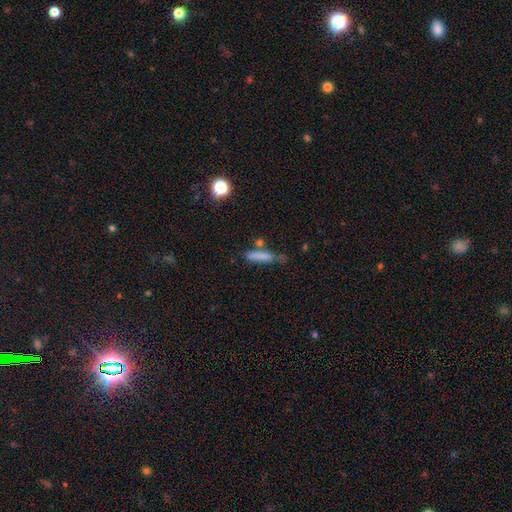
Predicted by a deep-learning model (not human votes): This appears to be a smooth galaxy with no disk features (75%) that is cigar-shaped (82%). Merging: none (56%).